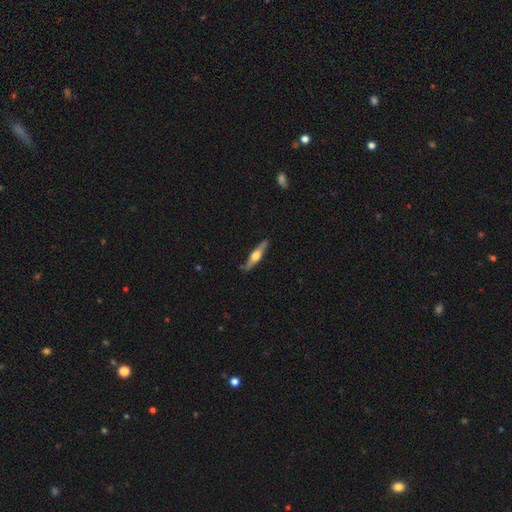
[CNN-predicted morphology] The model was most divided on "smooth or featured": featured or disk: 63%, smooth: 32%, star or artifact: 5%. More confident: edge-on disk — yes (95%); edge-on bulge — rounded (92%); merging — none (86%).